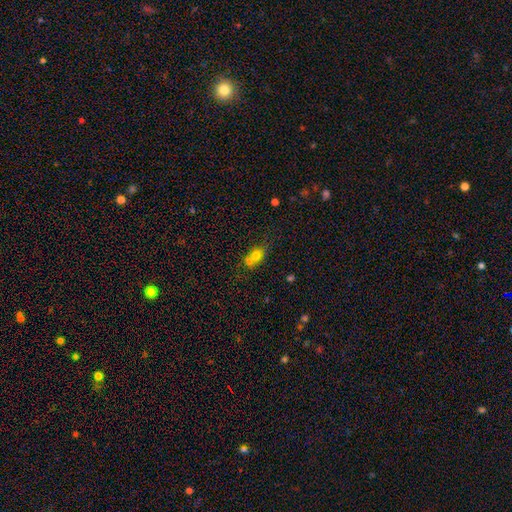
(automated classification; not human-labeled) Smooth or featured: smooth — 73% (featured or disk — 15%)
How rounded: in between — 52% (round — 44%)
Merging: merger — 50% (none — 31%)